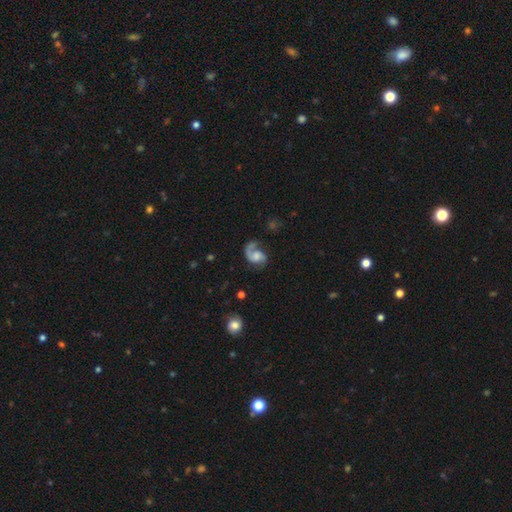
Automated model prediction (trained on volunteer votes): Smooth or featured: featured or disk — 78% (smooth — 15%)
Edge-on disk: no — 98% (yes — 2%)
Bar: no — 61% (weak — 33%)
Spiral arms: yes — 94% (no — 6%)
Spiral winding: loose — 42% (tied with medium — 42%)
Spiral arm count: 2 — 55% (1 — 40%)
Bulge size: moderate — 41% (small — 29%)
Merging: none — 50% (major disturbance — 25%)